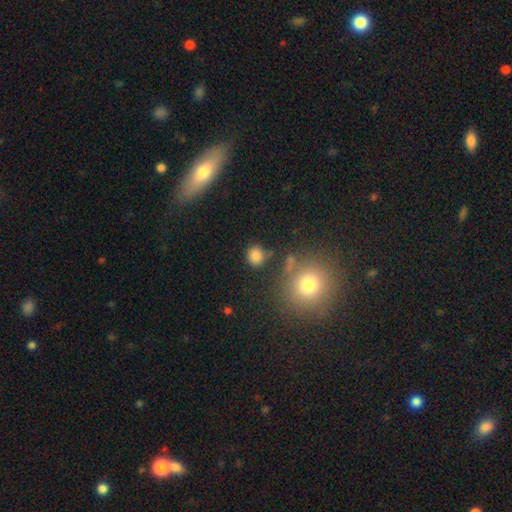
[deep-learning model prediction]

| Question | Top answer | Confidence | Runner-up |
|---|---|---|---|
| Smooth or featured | smooth | 82% | star or artifact (12%) |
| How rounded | round | 84% | in between (15%) |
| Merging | none | 77% | minor disturbance (12%) |